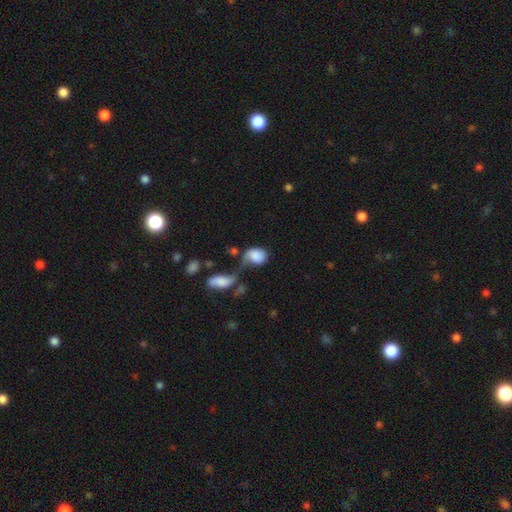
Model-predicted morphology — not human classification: smooth 79%, featured or disk 13%, star or artifact 8%. Down the decision tree: how rounded — in between (74%); merging — merger (31%).